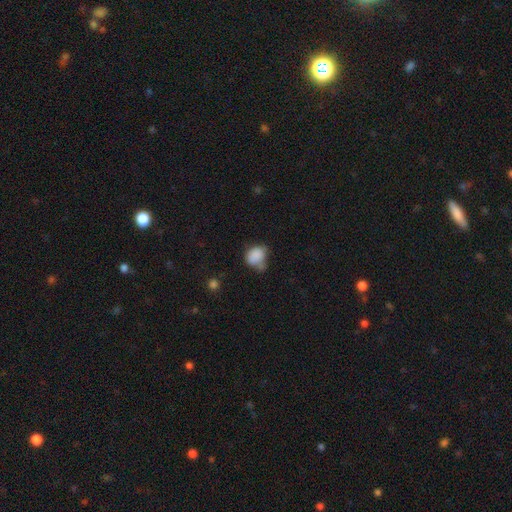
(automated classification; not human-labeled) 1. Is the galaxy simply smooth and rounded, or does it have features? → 80% smooth, 10% star or artifact, 10% featured or disk.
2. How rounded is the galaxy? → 51% in between, 48% round, 1% cigar-shaped.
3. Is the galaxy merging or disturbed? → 38% minor disturbance, 32% none, 18% major disturbance, 13% merger.